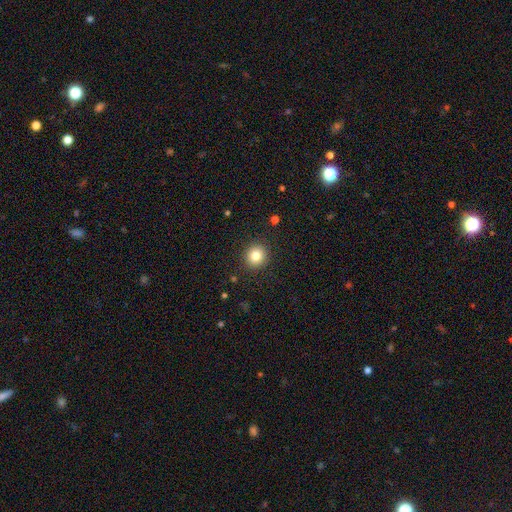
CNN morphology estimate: Smooth or featured?
  - smooth: 82% *
  - star or artifact: 11%
  - featured or disk: 7%
How rounded?
  - round: 91% *
  - in between: 8%
  - cigar-shaped: 1%
Merging?
  - none: 91% *
  - minor disturbance: 6%
  - major disturbance: 2%
  - merger: 1%